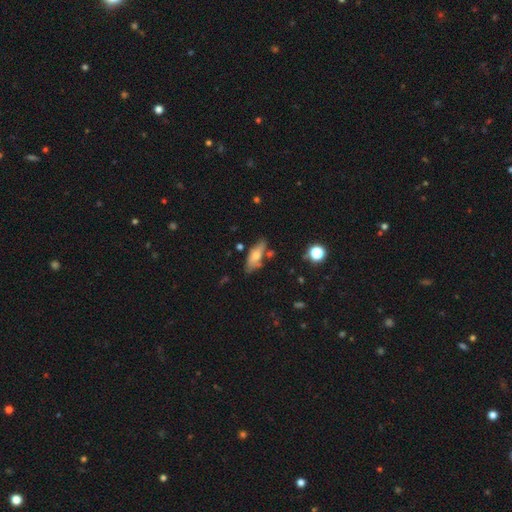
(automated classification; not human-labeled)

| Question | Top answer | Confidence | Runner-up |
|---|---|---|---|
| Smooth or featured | smooth | 64% | featured or disk (28%) |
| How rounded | in between | 66% | cigar-shaped (31%) |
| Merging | none | 66% | minor disturbance (21%) |